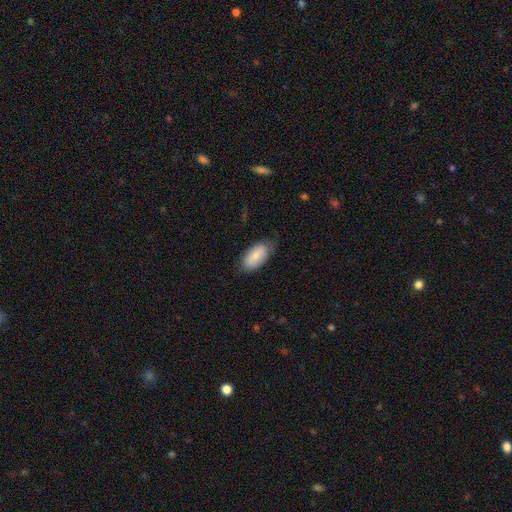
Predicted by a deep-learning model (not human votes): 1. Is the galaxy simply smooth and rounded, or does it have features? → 82% smooth, 12% featured or disk, 6% star or artifact.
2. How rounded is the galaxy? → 93% in between, 4% cigar-shaped, 2% round.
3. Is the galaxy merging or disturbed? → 69% none, 25% minor disturbance, 5% major disturbance, 1% merger.